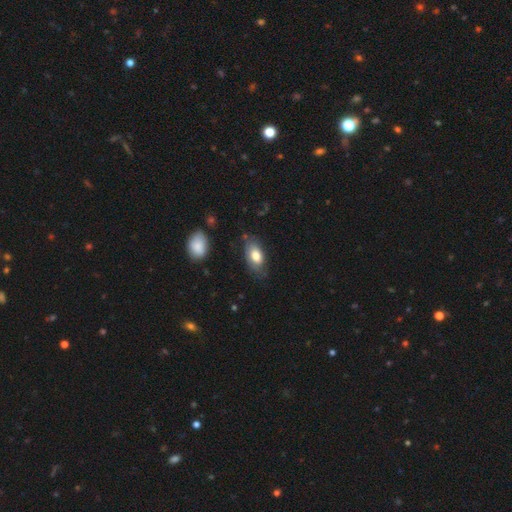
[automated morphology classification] Smooth or featured? Predicted: smooth (p=0.77). How rounded? Predicted: in between (p=0.91). Merging? Predicted: none (p=0.69).